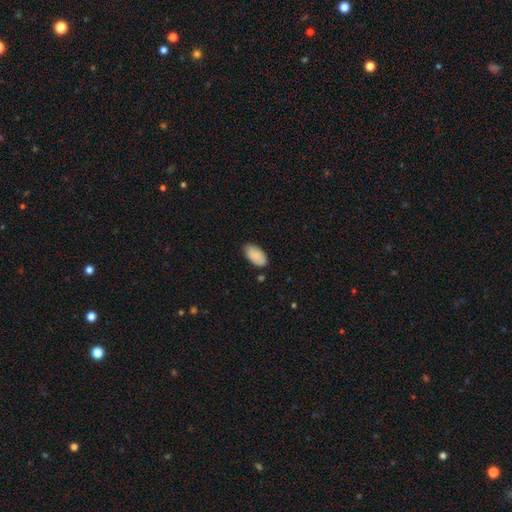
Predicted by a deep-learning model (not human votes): Smooth or featured? smooth (88%)
How rounded? in between (95%)
Merging? none (79%)